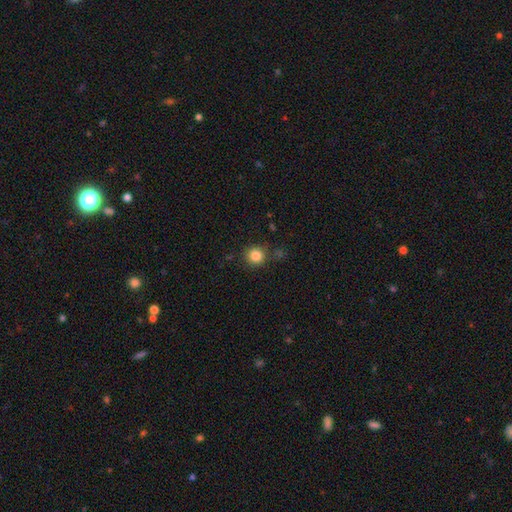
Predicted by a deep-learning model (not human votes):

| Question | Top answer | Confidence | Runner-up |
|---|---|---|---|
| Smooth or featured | smooth | 84% | star or artifact (11%) |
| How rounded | round | 92% | in between (7%) |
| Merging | none | 84% | minor disturbance (10%) |